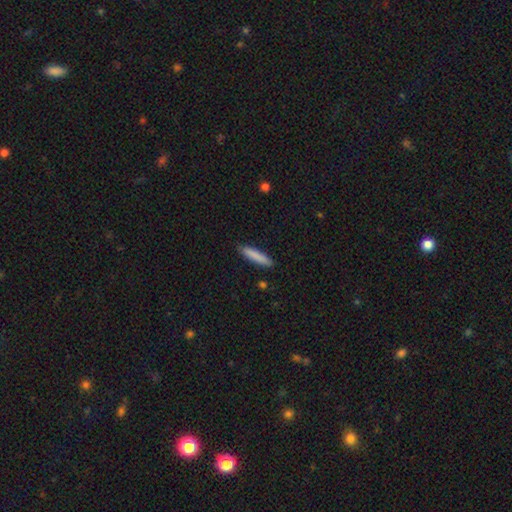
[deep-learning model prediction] The model was most divided on "smooth or featured": smooth: 84%, featured or disk: 10%, star or artifact: 6%. More confident: how rounded — cigar-shaped (88%); merging — none (88%).